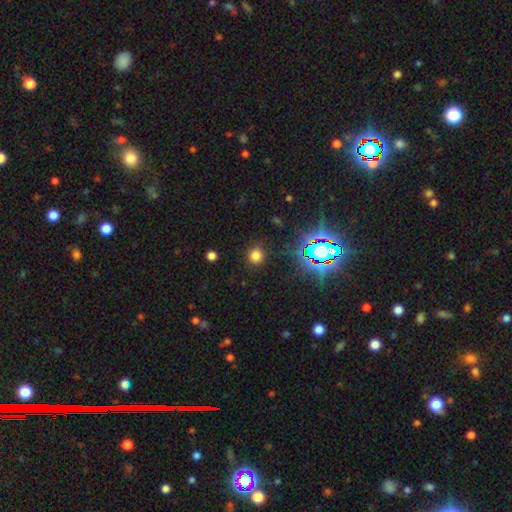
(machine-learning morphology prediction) This is likely a smooth galaxy (73%). How rounded: clearly round (88%). Merging: clearly none (87%).